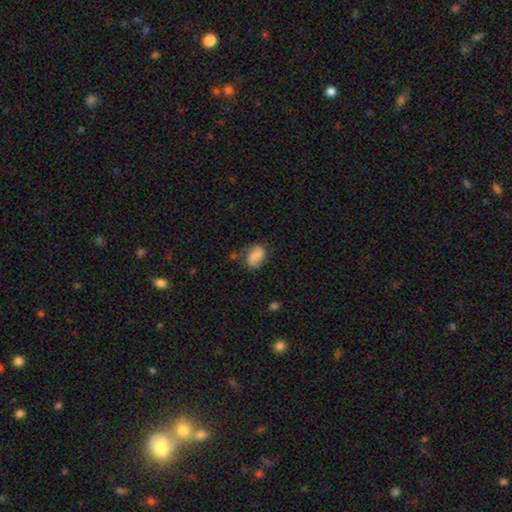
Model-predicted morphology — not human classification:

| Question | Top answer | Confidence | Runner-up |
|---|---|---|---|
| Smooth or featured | smooth | 52% | featured or disk (39%) |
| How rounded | in between | 78% | round (20%) |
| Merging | none | 60% | minor disturbance (26%) |